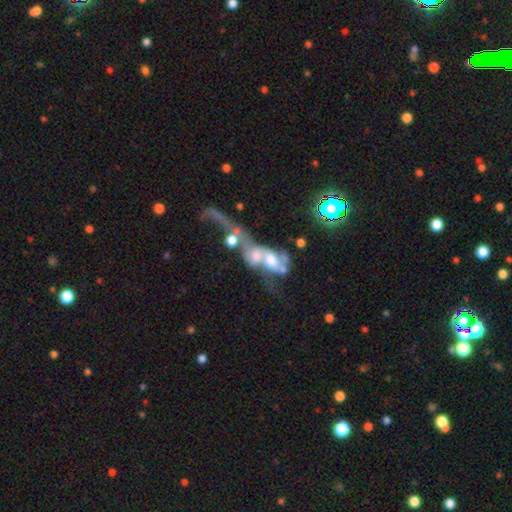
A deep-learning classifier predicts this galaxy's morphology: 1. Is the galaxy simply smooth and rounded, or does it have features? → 60% featured or disk, 28% smooth, 12% star or artifact.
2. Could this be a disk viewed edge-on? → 93% no, 7% yes.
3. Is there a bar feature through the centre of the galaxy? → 68% no, 23% weak, 9% strong.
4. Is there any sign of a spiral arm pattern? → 59% yes, 41% no.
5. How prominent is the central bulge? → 42% moderate, 31% large, 12% small, 10% none, 5% dominant.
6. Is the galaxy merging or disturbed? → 74% merger, 16% major disturbance, 7% none, 4% minor disturbance.